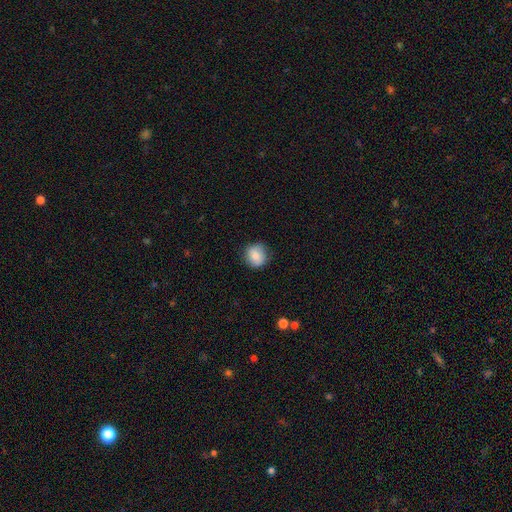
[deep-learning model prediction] Smooth or featured? Predicted: smooth (p=0.79). How rounded? Predicted: round (p=0.85). Merging? Predicted: none (p=0.84).